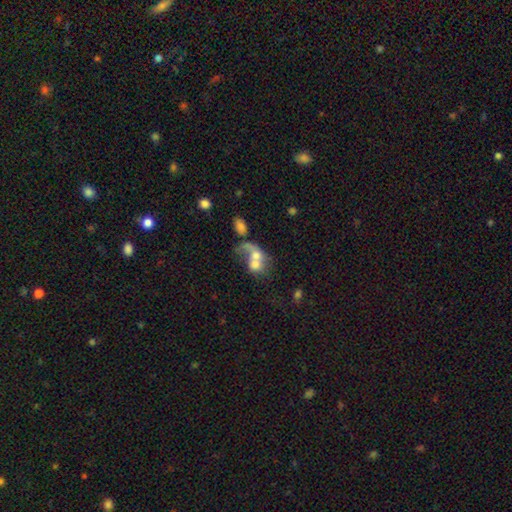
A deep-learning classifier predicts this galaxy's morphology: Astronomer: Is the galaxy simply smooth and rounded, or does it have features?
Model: smooth — 51% (runner-up: featured or disk, 37%).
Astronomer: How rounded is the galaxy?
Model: in between — 51% (runner-up: round, 46%).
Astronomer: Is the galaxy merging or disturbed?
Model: merger — 69%.